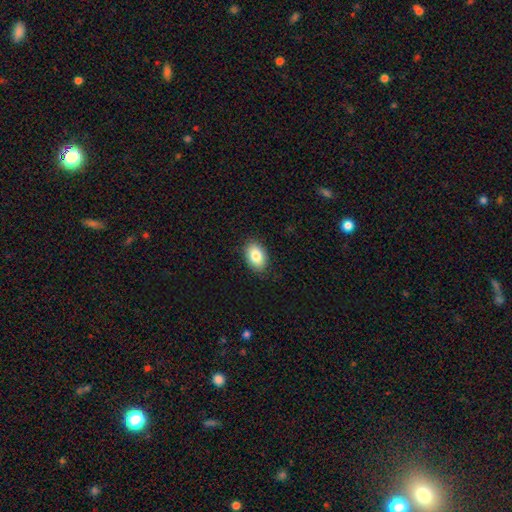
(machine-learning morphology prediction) Q: Smooth or featured?
A: smooth (84%); runner-up: featured or disk (9%)
Q: How rounded?
A: in between (88%); runner-up: round (11%)
Q: Merging?
A: none (87%); runner-up: minor disturbance (10%)